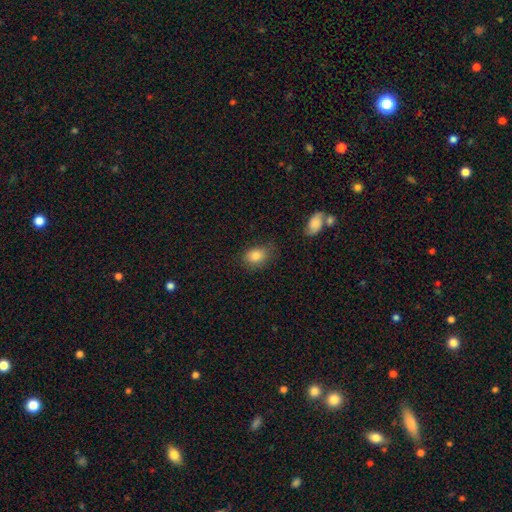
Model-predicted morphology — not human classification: Smooth or featured?
  - smooth: 83% *
  - star or artifact: 10%
  - featured or disk: 7%
How rounded?
  - in between: 71% *
  - round: 28%
  - cigar-shaped: 1%
Merging?
  - none: 69% *
  - minor disturbance: 23%
  - major disturbance: 6%
  - merger: 2%